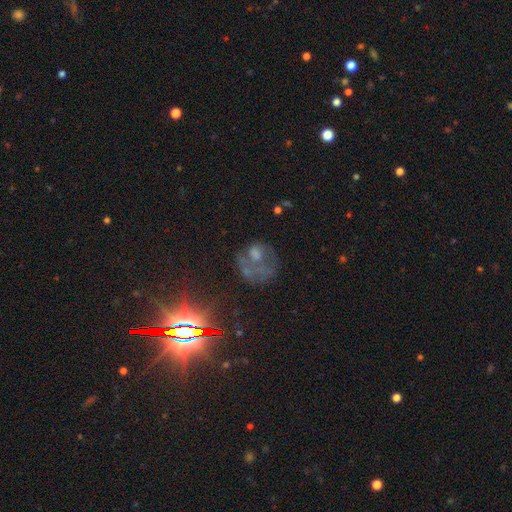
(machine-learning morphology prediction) The model was most divided on "merging": major disturbance: 36%, none: 34%, minor disturbance: 19%, merger: 11%. Remaining: smooth or featured — featured or disk (43%).